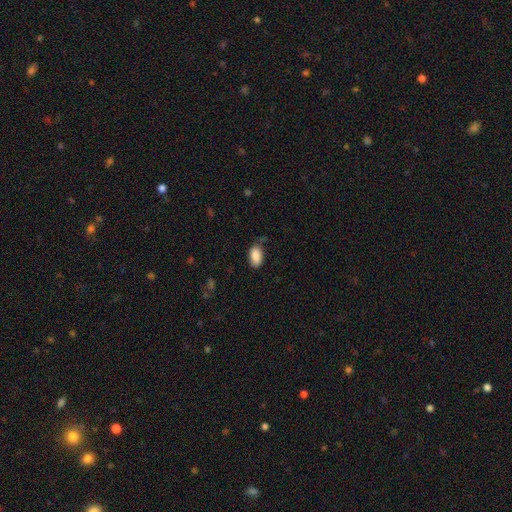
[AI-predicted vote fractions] Smooth or featured? smooth (88%)
How rounded? in between (93%)
Merging? none (73%)